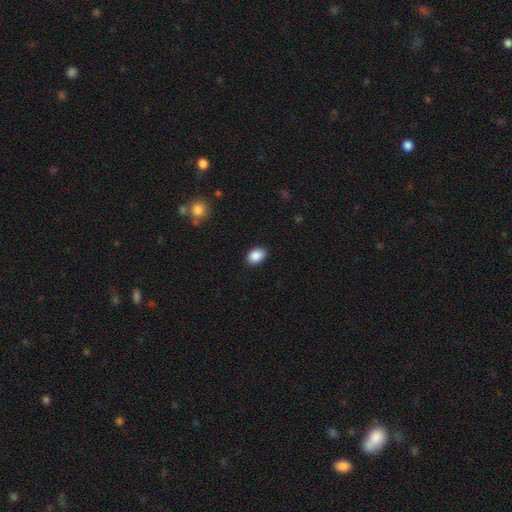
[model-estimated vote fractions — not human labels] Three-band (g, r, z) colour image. It shows a smooth galaxy with no disk features (89%) that is in between round and cigar-shaped (74%). Merging: none (89%).